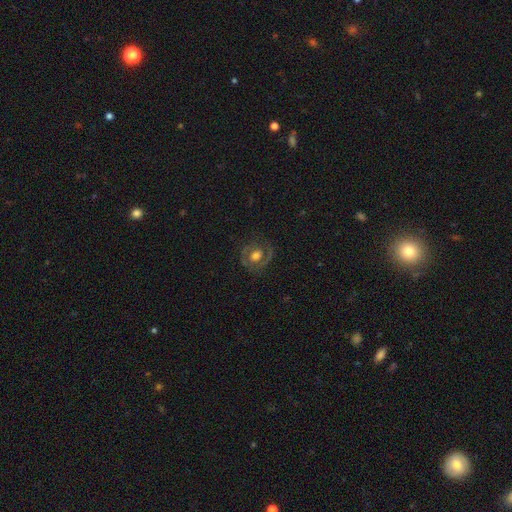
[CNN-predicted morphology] smooth_or_featured: featured or disk (p=0.61) [alt: smooth p=0.31]
disk_edge_on: no (p=0.96) [alt: yes p=0.04]
bar: no (p=0.66) [alt: weak p=0.26]
has_spiral_arms: yes (p=0.57) [alt: no p=0.43]
bulge_size: moderate (p=0.49) [alt: large p=0.38]
merging: none (p=0.73) [alt: minor disturbance p=0.15]